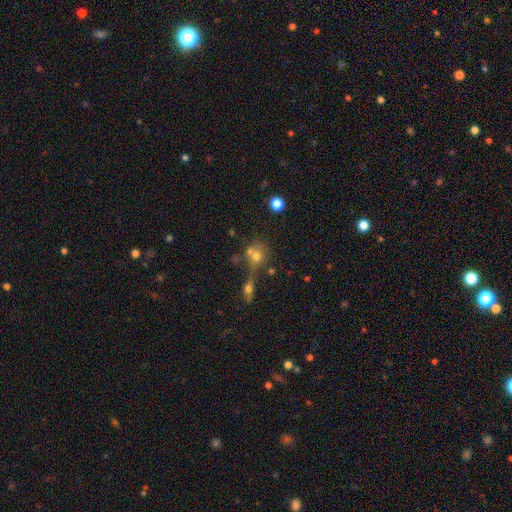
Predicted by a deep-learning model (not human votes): Overall: smooth (51%; star or artifact 32%). How rounded: round (80%). Merging: none (52%; merger 32%).